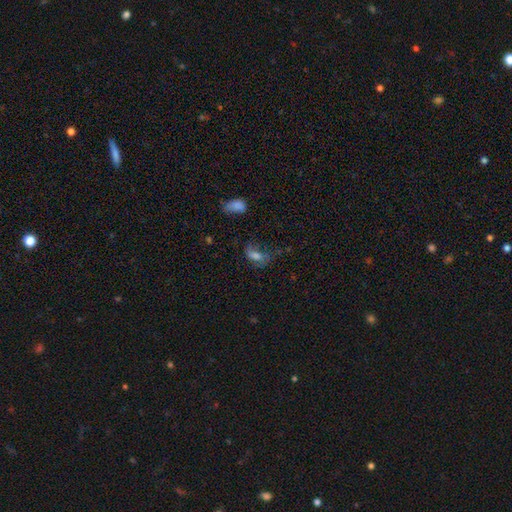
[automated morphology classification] Overall: smooth (58%; featured or disk 28%). How rounded: in between (83%). Merging: none (36%; major disturbance 33%).